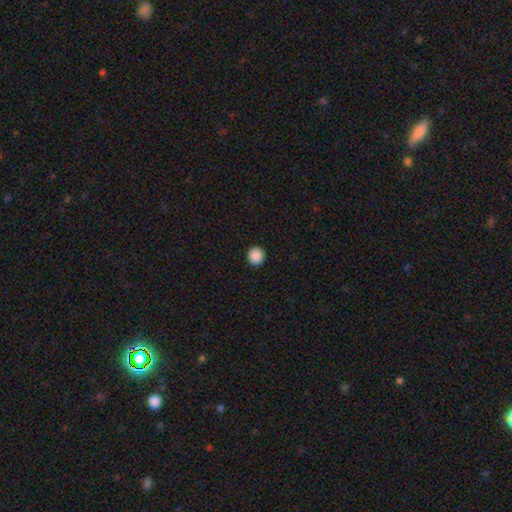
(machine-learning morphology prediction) Overall: smooth (89%). How rounded: round (93%). Merging: none (93%).